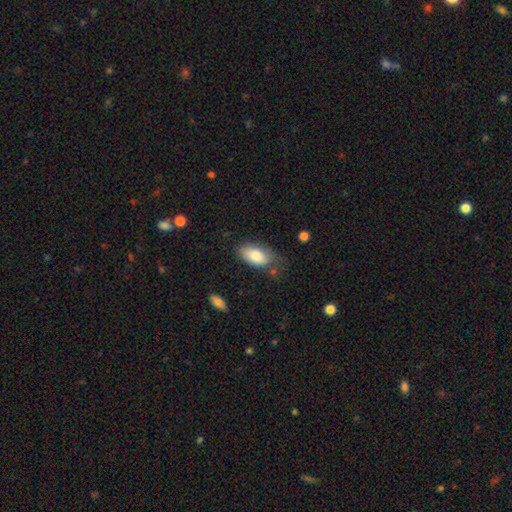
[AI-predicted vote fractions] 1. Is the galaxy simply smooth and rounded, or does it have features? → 81% smooth, 12% featured or disk, 7% star or artifact.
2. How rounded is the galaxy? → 93% in between, 3% round, 3% cigar-shaped.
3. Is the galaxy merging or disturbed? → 60% none, 27% minor disturbance, 9% major disturbance, 4% merger.